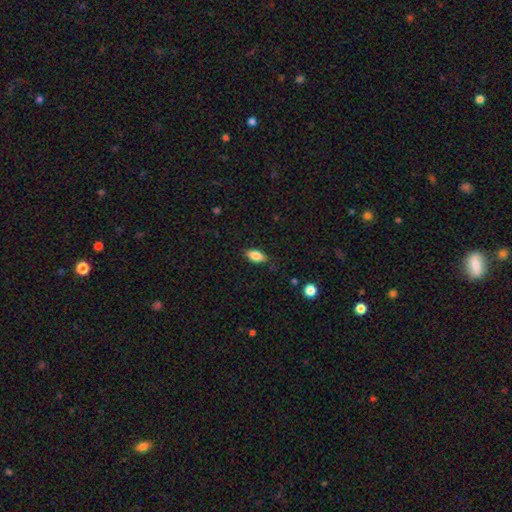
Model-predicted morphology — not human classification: Smooth or featured? Predicted: smooth (p=0.79). How rounded? Predicted: in between (p=0.86). Merging? Predicted: none (p=0.81).